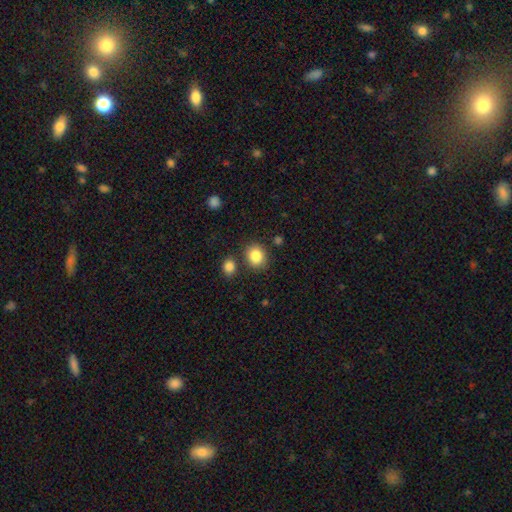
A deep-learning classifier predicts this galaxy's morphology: type=smooth (85%); roundness=round (63%); merging=none (79%).